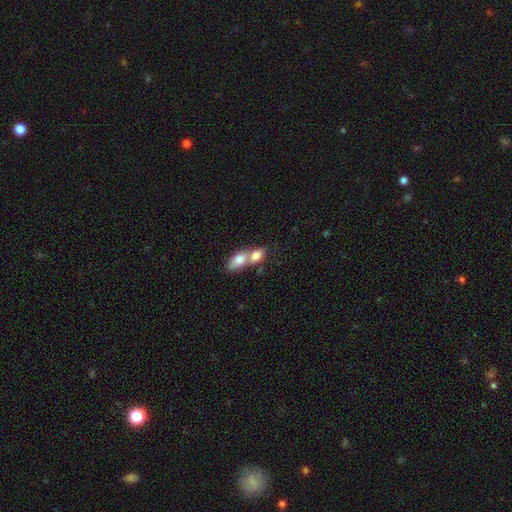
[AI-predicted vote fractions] smooth 75%, featured or disk 18%, star or artifact 7%. Down the decision tree: how rounded — in between (79%); merging — merger (74%).